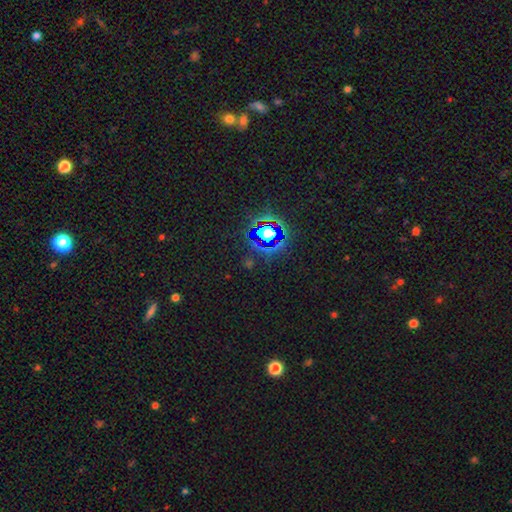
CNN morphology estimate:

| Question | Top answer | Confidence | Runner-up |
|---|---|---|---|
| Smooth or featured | star or artifact | 79% | smooth (14%) |